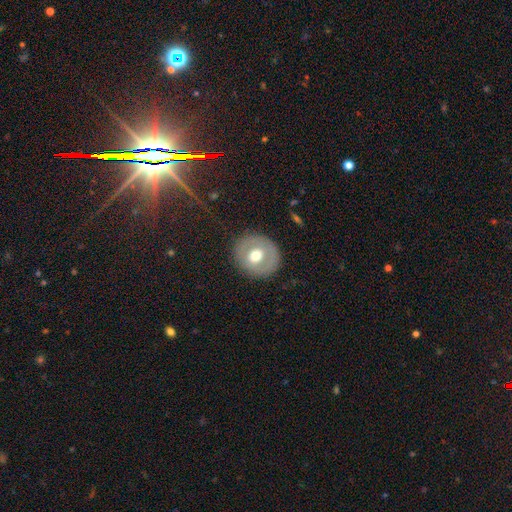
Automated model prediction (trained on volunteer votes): Smooth or featured?
  - smooth: 53% *
  - featured or disk: 40%
  - star or artifact: 7%
How rounded?
  - round: 84% *
  - in between: 15%
  - cigar-shaped: 1%
Merging?
  - none: 85% *
  - minor disturbance: 9%
  - major disturbance: 4%
  - merger: 1%